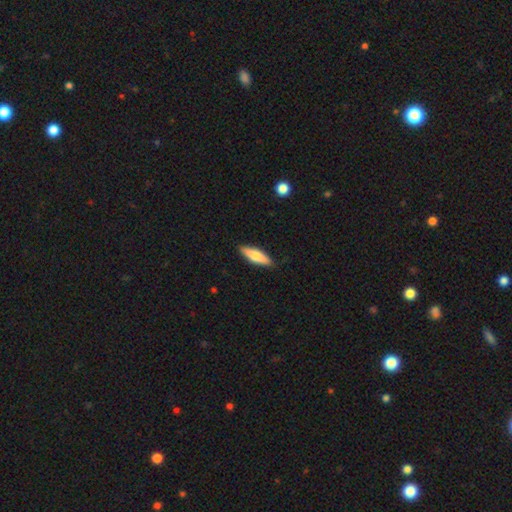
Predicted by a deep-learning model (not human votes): Morphology: type=smooth (66%); roundness=cigar-shaped (56%); merging=none (88%).